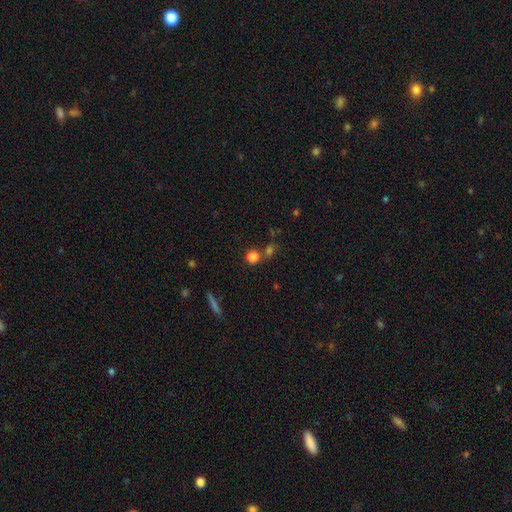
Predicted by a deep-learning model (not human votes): Smooth or featured?
  - smooth: 51% *
  - star or artifact: 35%
  - featured or disk: 15%
How rounded?
  - round: 74% *
  - in between: 20%
  - cigar-shaped: 5%
Merging?
  - none: 61% *
  - merger: 23%
  - minor disturbance: 9%
  - major disturbance: 6%